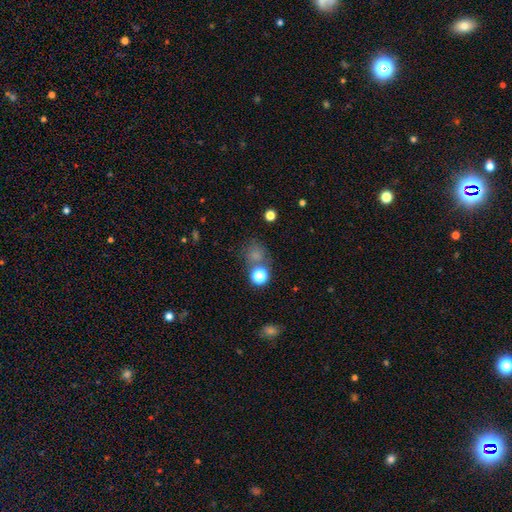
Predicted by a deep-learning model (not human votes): Smooth or featured? Predicted: smooth (p=0.70). How rounded? Predicted: round (p=0.80). Merging? Predicted: none (p=0.63).